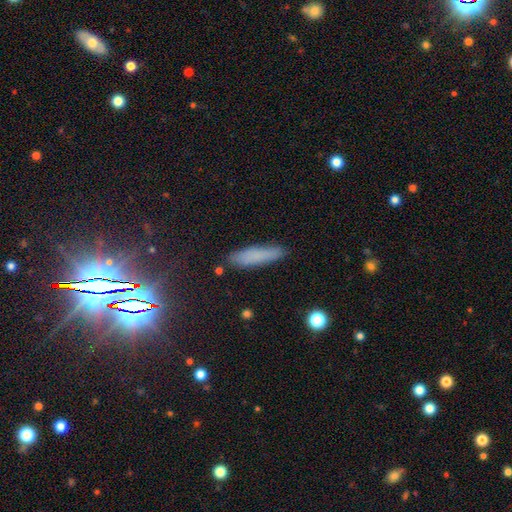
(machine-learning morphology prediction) Smooth or featured: smooth — 76% (star or artifact — 12%)
How rounded: cigar-shaped — 81% (in between — 17%)
Merging: none — 87% (minor disturbance — 10%)